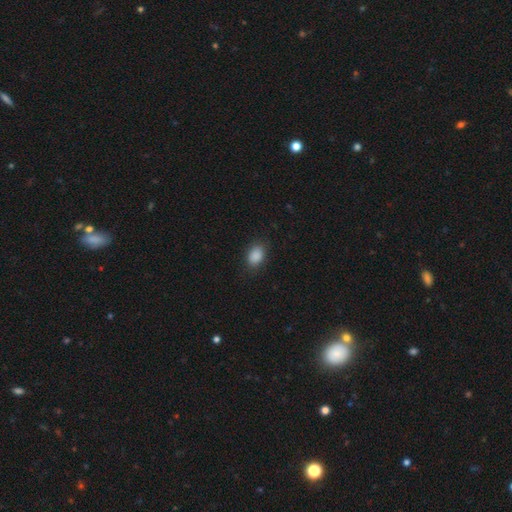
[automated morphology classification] smooth 88%, star or artifact 8%, featured or disk 3%. Down the decision tree: how rounded — in between (81%); merging — none (84%).